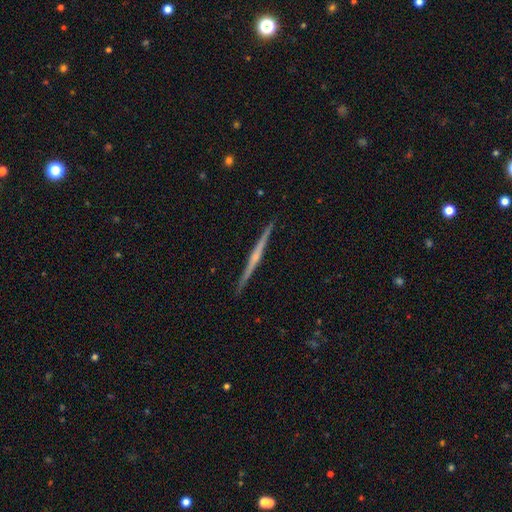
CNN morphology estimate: type=featured or disk (75%); edge-on=yes (99%); edge-on bulge=none (49%); merging=none (92%).